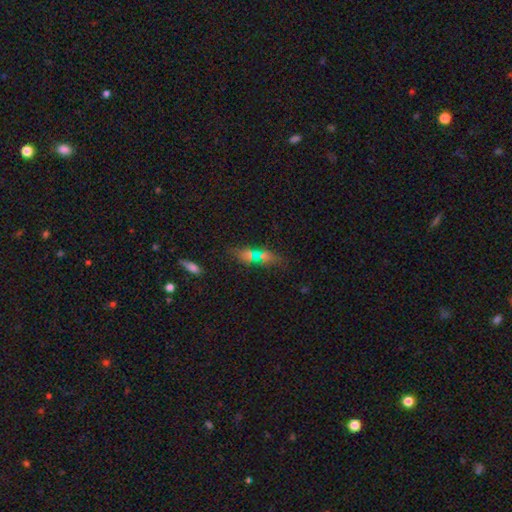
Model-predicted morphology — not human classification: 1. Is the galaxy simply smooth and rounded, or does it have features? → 54% smooth, 28% star or artifact, 17% featured or disk.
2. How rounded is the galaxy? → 64% in between, 26% cigar-shaped, 10% round.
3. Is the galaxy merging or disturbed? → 73% none, 14% minor disturbance, 7% merger, 6% major disturbance.